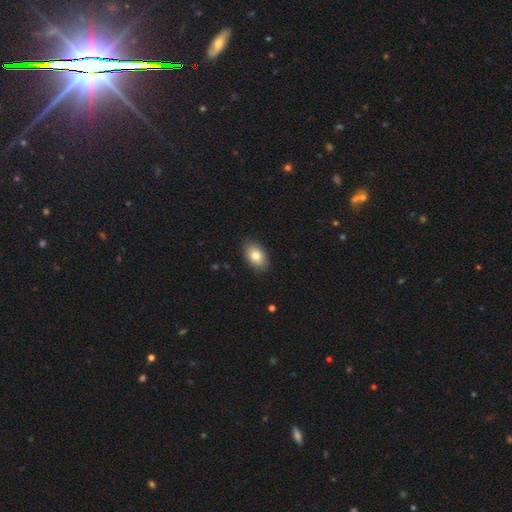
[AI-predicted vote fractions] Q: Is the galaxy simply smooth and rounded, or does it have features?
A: smooth — 81%.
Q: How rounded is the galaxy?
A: in between — 91%.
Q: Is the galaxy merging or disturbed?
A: none — 87%.